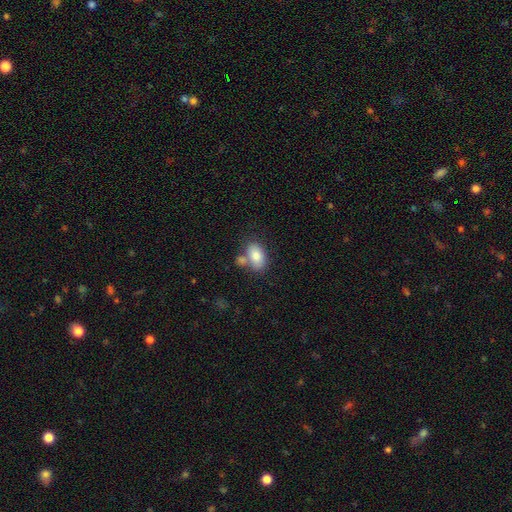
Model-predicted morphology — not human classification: Smooth or featured? Predicted: smooth (p=0.82). How rounded? Predicted: in between (p=0.90). Merging? Predicted: none (p=0.53).